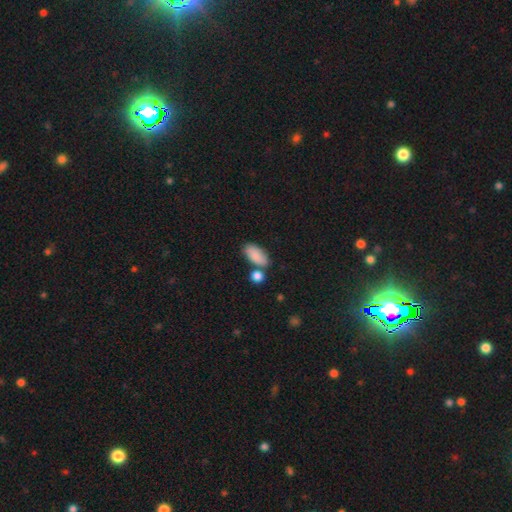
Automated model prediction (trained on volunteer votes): Smooth or featured: smooth — 86% (featured or disk — 7%)
How rounded: in between — 91% (cigar-shaped — 5%)
Merging: none — 59% (merger — 20%)